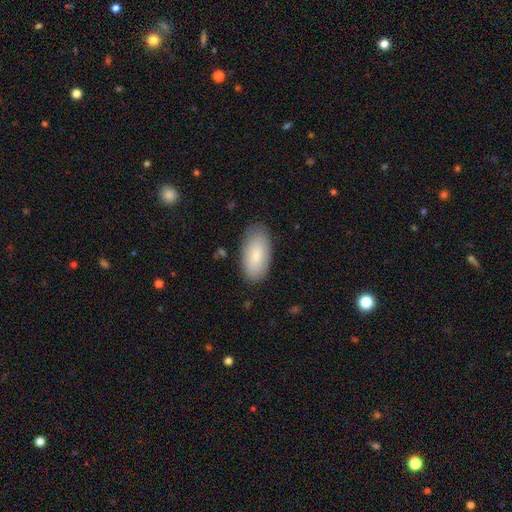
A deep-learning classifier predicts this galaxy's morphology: smooth 81%, featured or disk 13%, star or artifact 6%. Down the decision tree: how rounded — in between (93%); merging — none (83%).